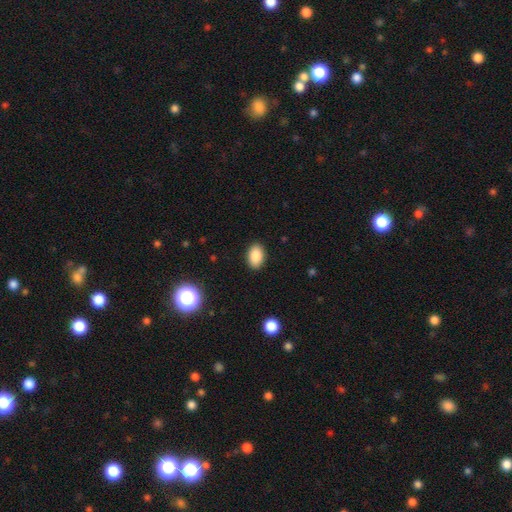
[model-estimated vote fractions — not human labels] Smooth or featured?
  - smooth: 86% *
  - star or artifact: 9%
  - featured or disk: 6%
How rounded?
  - in between: 89% *
  - round: 10%
  - cigar-shaped: 1%
Merging?
  - none: 89% *
  - minor disturbance: 8%
  - major disturbance: 2%
  - merger: 1%